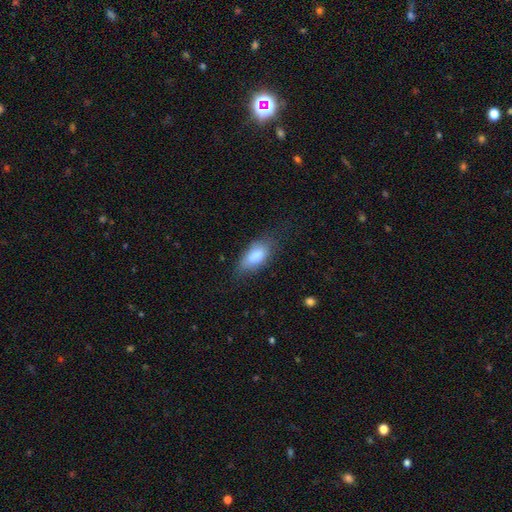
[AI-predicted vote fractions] The model was most divided on "merging": none: 58%, minor disturbance: 29%, major disturbance: 12%, merger: 2%. More confident: how rounded — in between (91%); smooth or featured — smooth (83%).